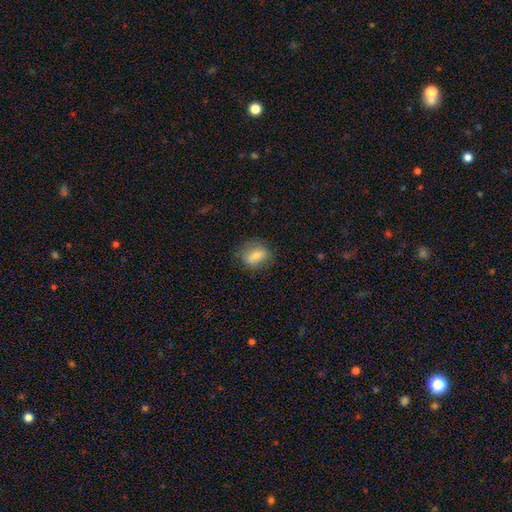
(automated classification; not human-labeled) A smooth galaxy with no disk features (71%) that is in between round and cigar-shaped (60%).

Vote fractions:
- Smooth or featured? smooth: 71% / featured or disk: 21% / star or artifact: 8%
- How rounded? in between: 60% / round: 37% / cigar-shaped: 3%
- Merging? none: 76% / minor disturbance: 17% / major disturbance: 6% / merger: 1%